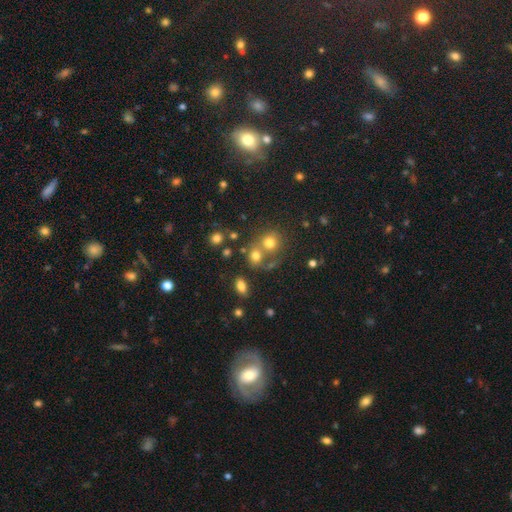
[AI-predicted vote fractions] Morphology: type=smooth (71%); roundness=round (71%); merging=none (45%).